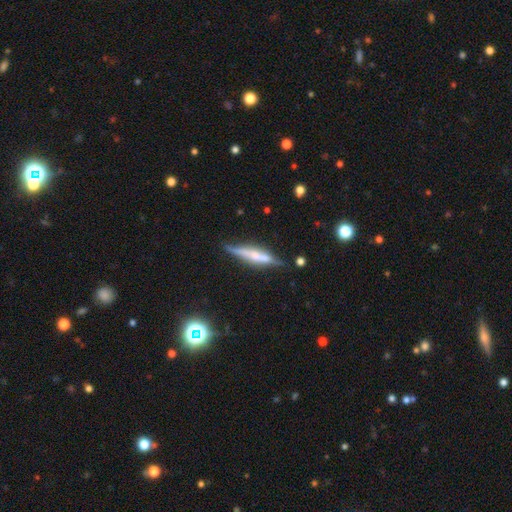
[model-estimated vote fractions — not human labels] smooth-or-featured: featured or disk: 58% | smooth: 34% | star or artifact: 8%
  disk-edge-on: yes: 94% | no: 6%
    edge-on-bulge: rounded: 44% | boxy: 28% | none: 28%
  merging: none: 74% | minor disturbance: 18% | major disturbance: 4% | merger: 3%